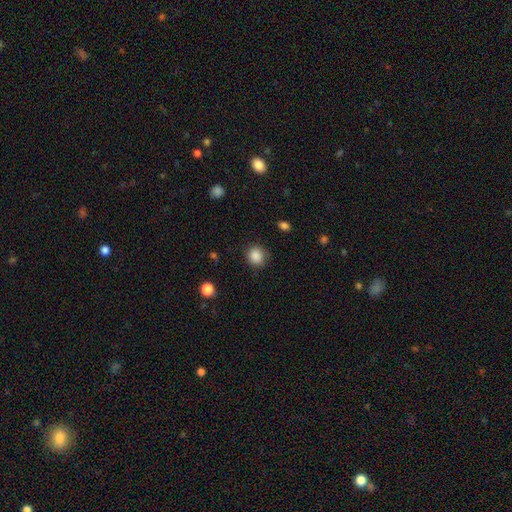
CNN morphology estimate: smooth 87%, star or artifact 10%, featured or disk 3%. Down the decision tree: how rounded — round (85%); merging — none (87%).